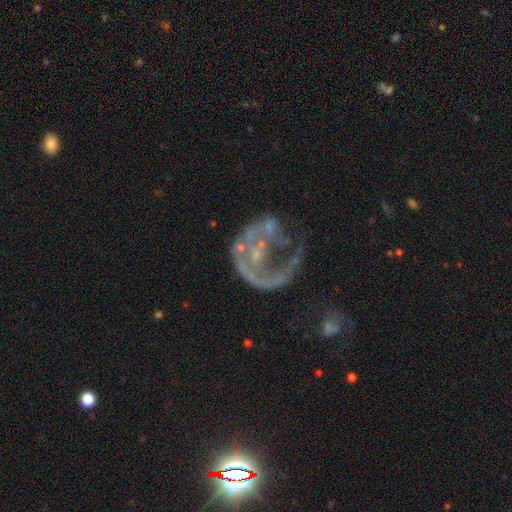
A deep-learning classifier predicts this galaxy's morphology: Smooth or featured? featured or disk (68%)
Edge-on disk? no (97%)
Bar? no (73%)
Spiral arms? yes (58%)
Bulge size? none (47%)
Merging? major disturbance (44%)